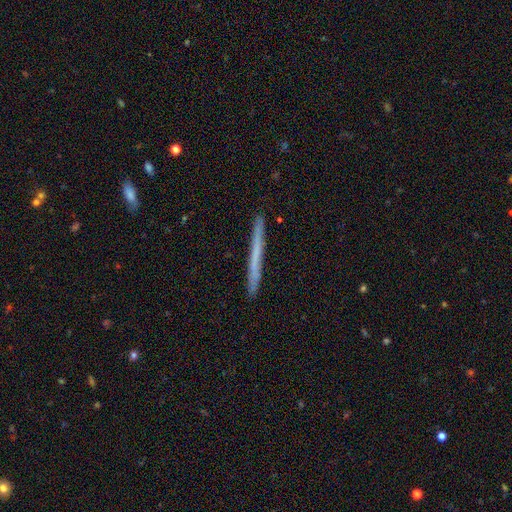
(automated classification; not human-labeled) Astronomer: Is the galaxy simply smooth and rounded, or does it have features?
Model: smooth — 52% (runner-up: featured or disk, 42%).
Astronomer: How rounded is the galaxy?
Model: cigar-shaped — 97%.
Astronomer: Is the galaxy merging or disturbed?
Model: none — 92%.